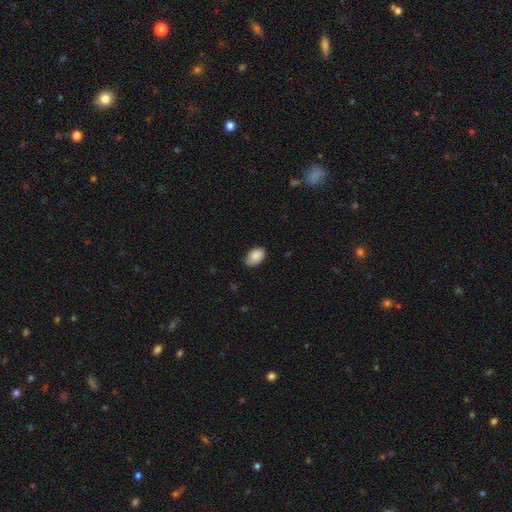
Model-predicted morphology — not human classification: Smooth or featured? Predicted: smooth (p=0.87). How rounded? Predicted: in between (p=0.90). Merging? Predicted: none (p=0.75).